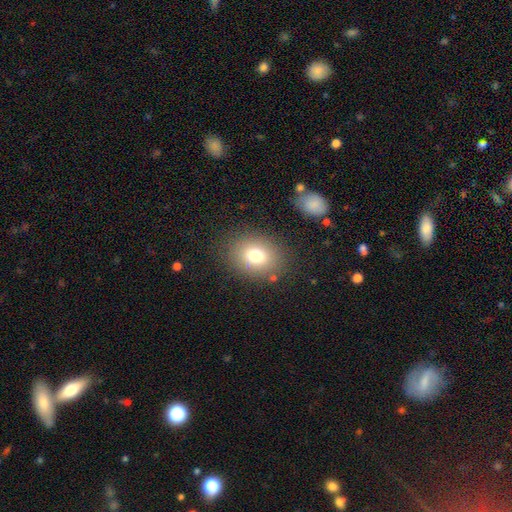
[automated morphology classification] type=smooth (76%); roundness=in between (51%); merging=none (82%).